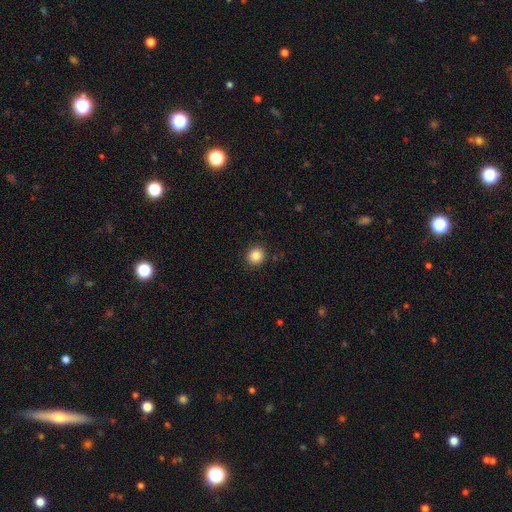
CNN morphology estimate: Smooth or featured? smooth (85%)
How rounded? round (84%)
Merging? none (91%)